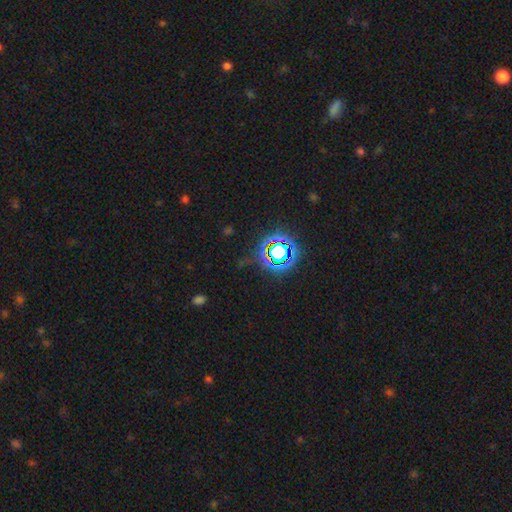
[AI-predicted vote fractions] This appears to be a star or artifact, not a galaxy (79%).